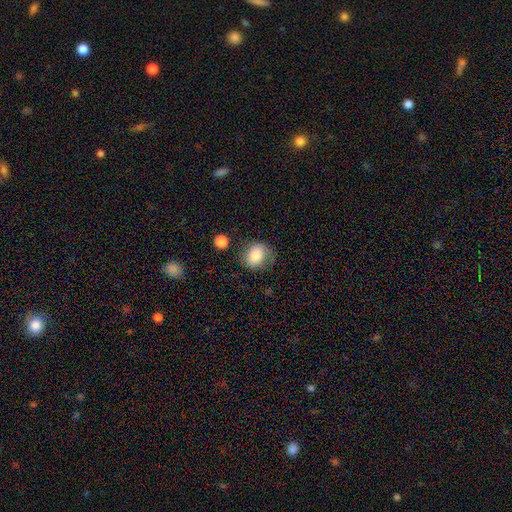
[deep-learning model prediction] Q: Smooth or featured?
A: smooth (75%); runner-up: featured or disk (17%)
Q: How rounded?
A: round (63%); runner-up: in between (36%)
Q: Merging?
A: none (58%); runner-up: minor disturbance (25%)